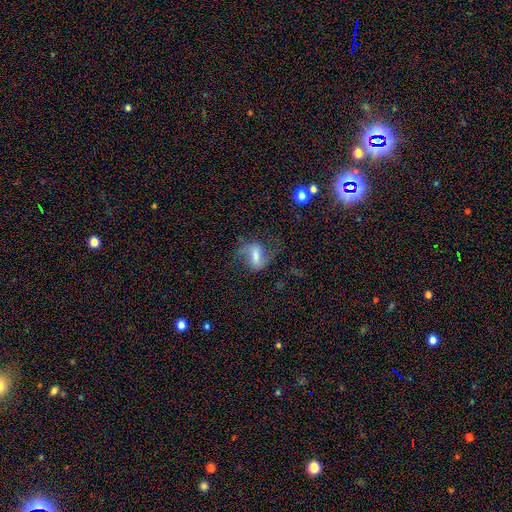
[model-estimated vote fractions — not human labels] The model was most divided on "bar": strong: 42%, weak: 39%, no: 18%. Remaining: edge-on disk — no (94%); spiral arms — yes (85%); smooth or featured — featured or disk (60%); merging — none (56%); bulge size — moderate (42%).